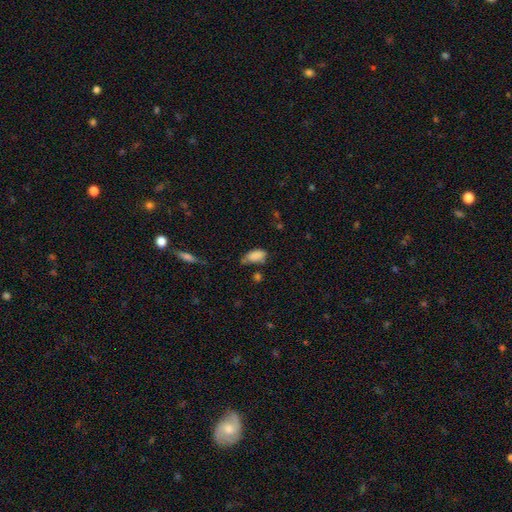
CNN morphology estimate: Overall: smooth (84%). How rounded: in between (92%). Merging: none (50%; minor disturbance 32%).